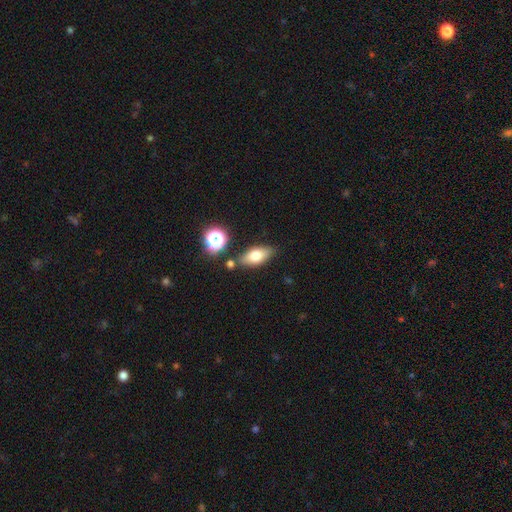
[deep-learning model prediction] Smooth or featured?
  - smooth: 71% *
  - featured or disk: 19%
  - star or artifact: 10%
How rounded?
  - in between: 80% *
  - cigar-shaped: 12%
  - round: 8%
Merging?
  - none: 77% *
  - minor disturbance: 13%
  - merger: 7%
  - major disturbance: 3%